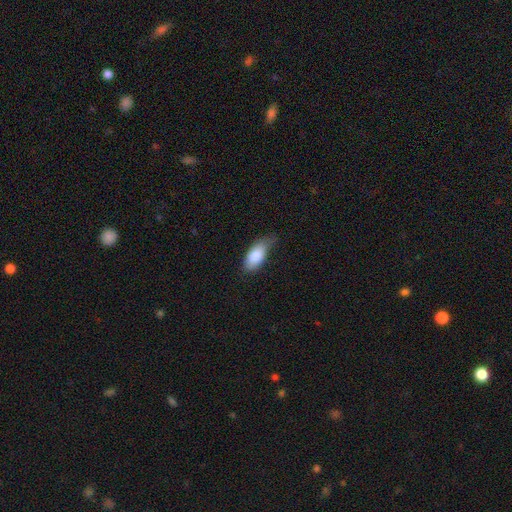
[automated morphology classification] Smooth or featured? Predicted: smooth (p=0.84). How rounded? Predicted: in between (p=0.88). Merging? Predicted: none (p=0.47).